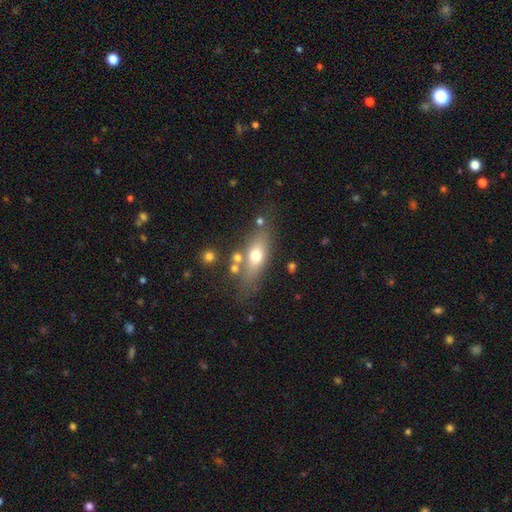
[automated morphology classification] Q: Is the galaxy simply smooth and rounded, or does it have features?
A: smooth — 61%.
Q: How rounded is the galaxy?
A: in between — 59%.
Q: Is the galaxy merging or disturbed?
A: none — 67%.